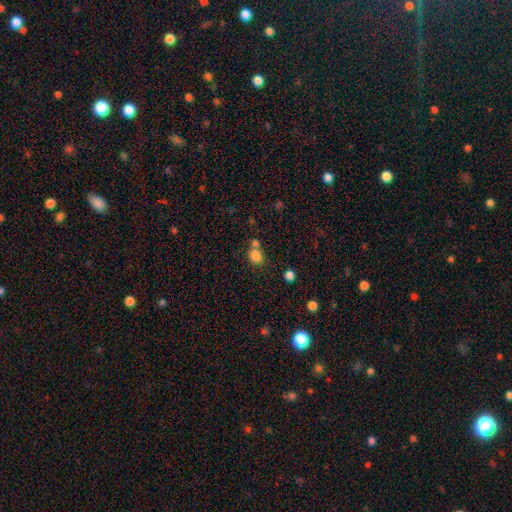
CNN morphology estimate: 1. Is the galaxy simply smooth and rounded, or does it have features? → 83% smooth, 11% star or artifact, 6% featured or disk.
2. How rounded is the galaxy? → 70% round, 29% in between, 1% cigar-shaped.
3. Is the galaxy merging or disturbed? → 57% none, 29% merger, 10% minor disturbance, 4% major disturbance.